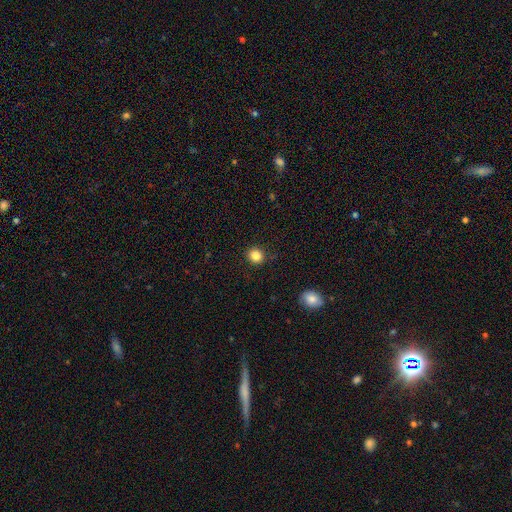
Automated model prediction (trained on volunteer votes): Smooth or featured?
  - smooth: 85% *
  - star or artifact: 11%
  - featured or disk: 5%
How rounded?
  - round: 82% *
  - in between: 17%
  - cigar-shaped: 1%
Merging?
  - none: 89% *
  - minor disturbance: 8%
  - major disturbance: 2%
  - merger: 1%